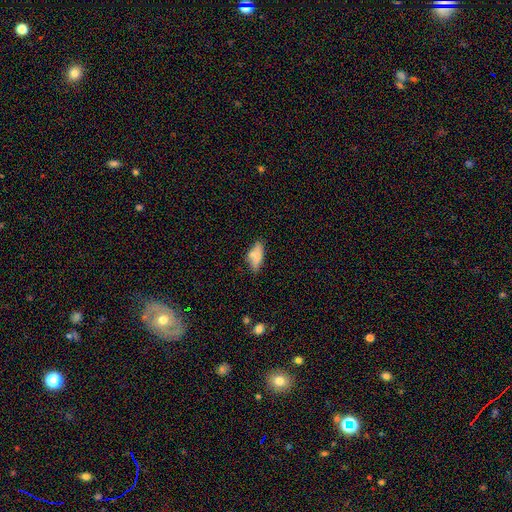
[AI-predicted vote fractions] Q: Smooth or featured?
A: smooth (71%); runner-up: featured or disk (18%)
Q: How rounded?
A: in between (75%); runner-up: cigar-shaped (21%)
Q: Merging?
A: none (59%); runner-up: minor disturbance (23%)